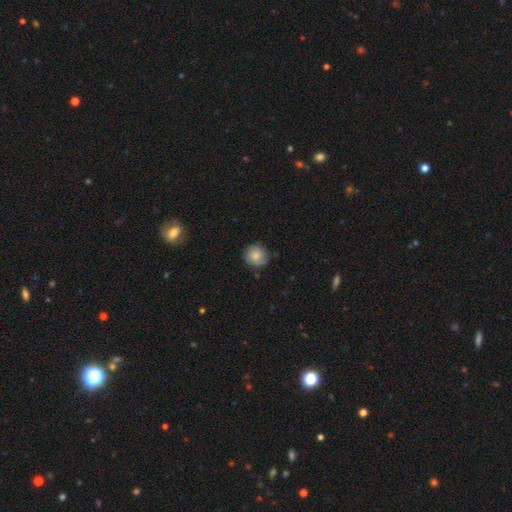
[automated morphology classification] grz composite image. It shows a smooth galaxy with no disk features (75%) that is round (91%). Merging: none (80%).